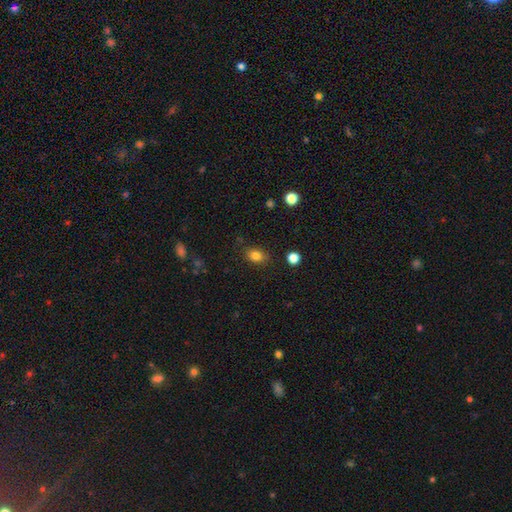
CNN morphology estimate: Smooth or featured: smooth — 81% (star or artifact — 11%)
How rounded: in between — 67% (round — 32%)
Merging: none — 81% (minor disturbance — 14%)